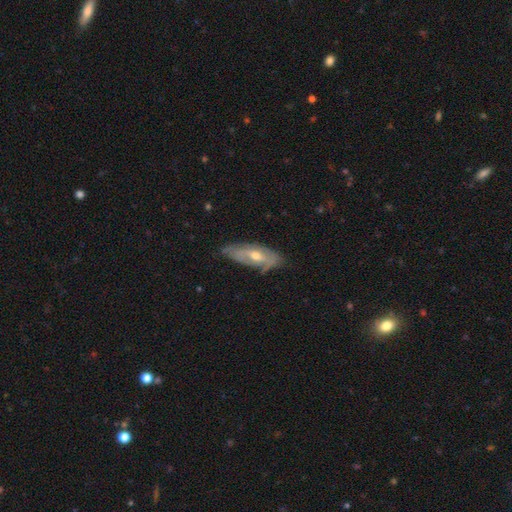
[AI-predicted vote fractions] Smooth or featured: featured or disk — 64% (smooth — 30%)
Edge-on disk: no — 69% (yes — 31%)
Merging: none — 66% (minor disturbance — 26%)